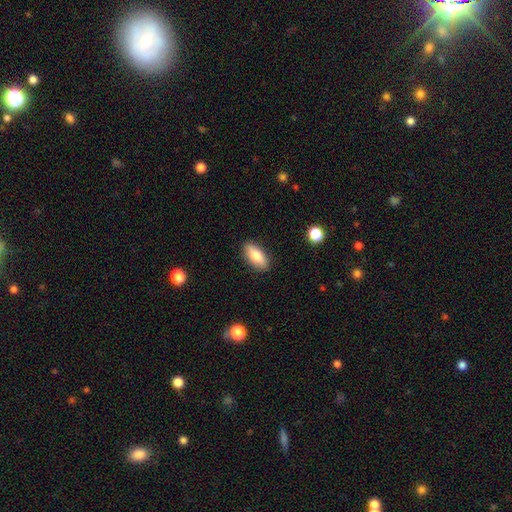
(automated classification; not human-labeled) A smooth galaxy with no disk features (75%) that is in between round and cigar-shaped (82%). Merging: none (88%).